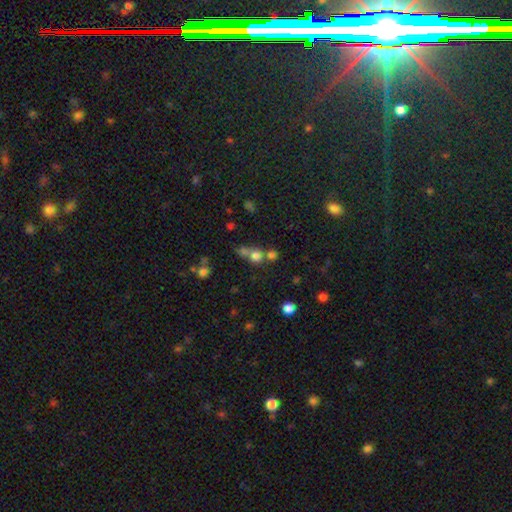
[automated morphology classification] Overall: smooth (71%). How rounded: round (88%). Merging: none (46%; merger 42%).